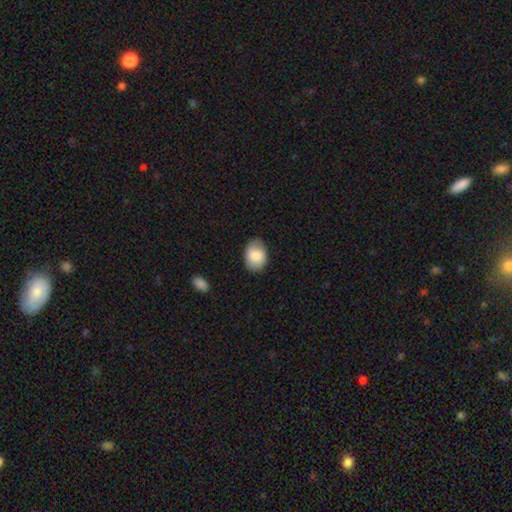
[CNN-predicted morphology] smooth 81%, featured or disk 12%, star or artifact 7%. Down the decision tree: how rounded — in between (74%); merging — none (78%).